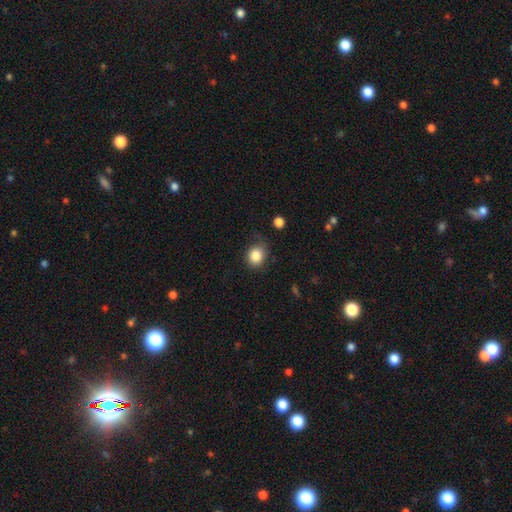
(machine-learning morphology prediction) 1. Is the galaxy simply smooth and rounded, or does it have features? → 84% smooth, 10% star or artifact, 6% featured or disk.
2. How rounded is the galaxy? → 70% round, 29% in between, 1% cigar-shaped.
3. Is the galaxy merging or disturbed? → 68% none, 23% minor disturbance, 7% major disturbance, 2% merger.